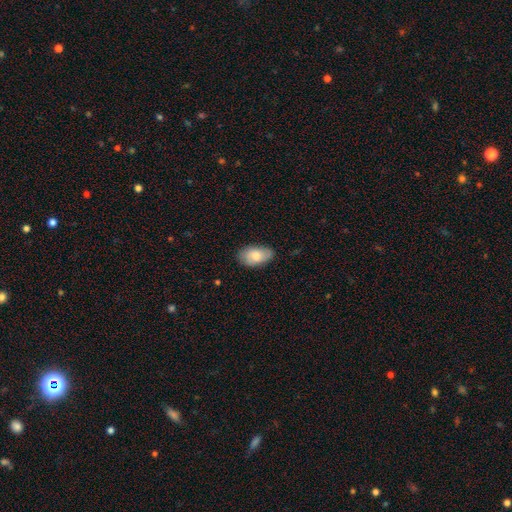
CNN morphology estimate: Smooth or featured? Predicted: smooth (p=0.78). How rounded? Predicted: in between (p=0.93). Merging? Predicted: none (p=0.77).